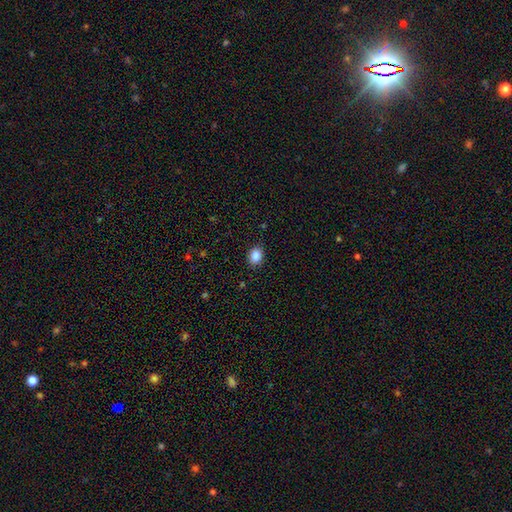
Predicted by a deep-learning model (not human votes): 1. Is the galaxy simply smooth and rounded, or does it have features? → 87% smooth, 9% star or artifact, 3% featured or disk.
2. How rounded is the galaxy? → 60% in between, 39% round, 1% cigar-shaped.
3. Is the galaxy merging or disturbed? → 86% none, 10% minor disturbance, 3% major disturbance, 1% merger.